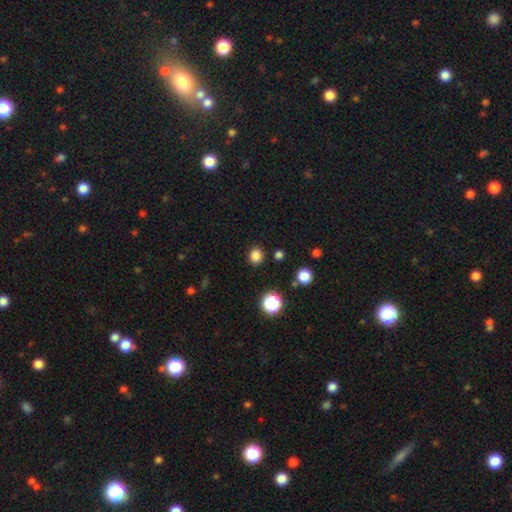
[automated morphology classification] This is clearly a smooth galaxy (82%). How rounded: clearly round (83%). Merging: clearly none (89%).